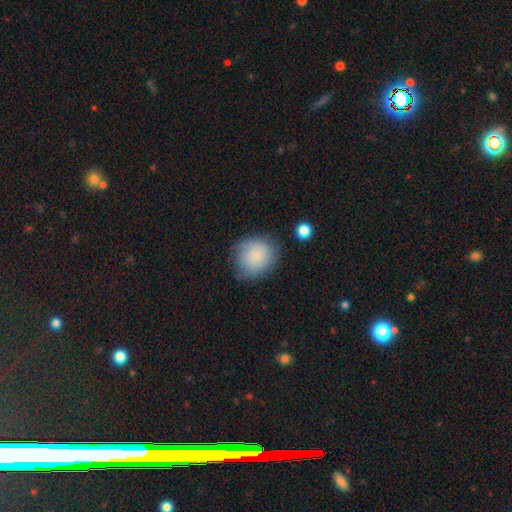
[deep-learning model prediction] Smooth or featured? smooth (84%)
How rounded? round (82%)
Merging? none (69%)